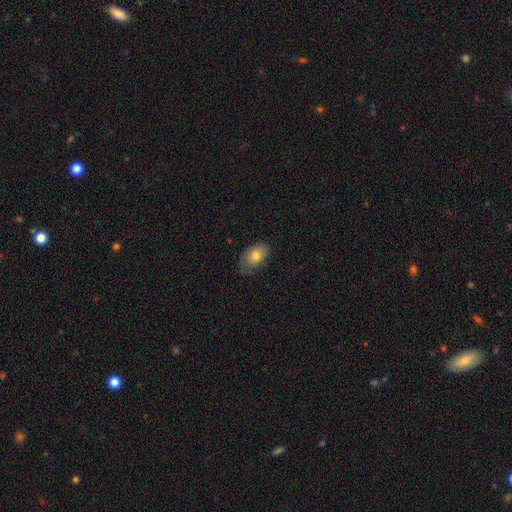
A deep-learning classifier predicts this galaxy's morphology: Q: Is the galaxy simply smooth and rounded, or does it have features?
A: smooth — 70%.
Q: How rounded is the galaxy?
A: in between — 87%.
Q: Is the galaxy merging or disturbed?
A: none — 57%.